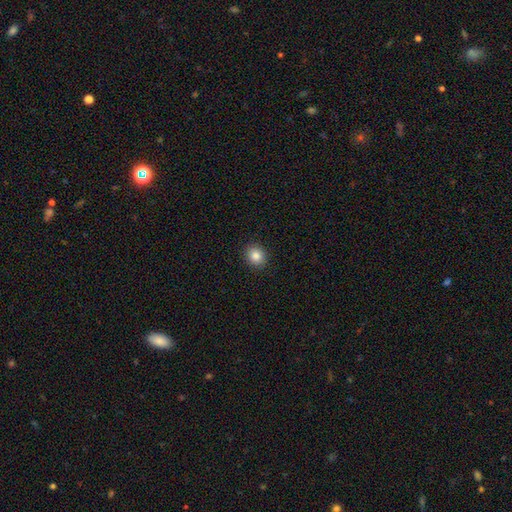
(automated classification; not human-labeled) Overall: smooth (85%). How rounded: round (75%). Merging: none (91%).